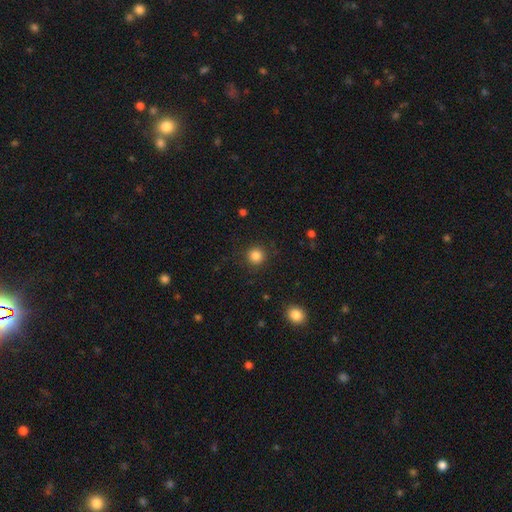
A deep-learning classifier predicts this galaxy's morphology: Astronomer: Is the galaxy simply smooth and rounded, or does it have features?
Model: smooth — 84%.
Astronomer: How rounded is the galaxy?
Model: round — 94%.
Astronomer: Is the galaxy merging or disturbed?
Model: none — 89%.